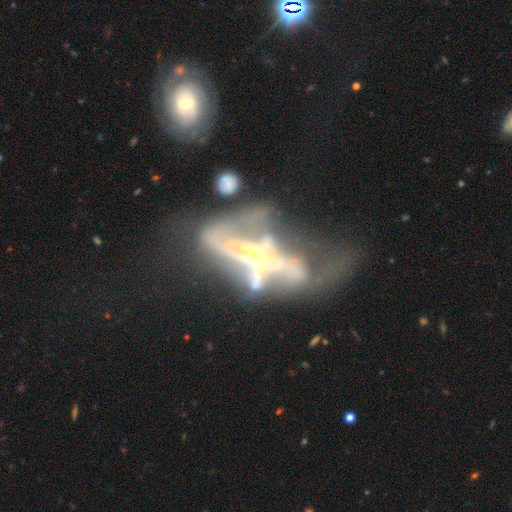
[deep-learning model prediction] smooth_or_featured: featured or disk (p=0.72) [alt: smooth p=0.14]
disk_edge_on: no (p=0.84) [alt: yes p=0.16]
bar: no (p=0.71) [alt: weak p=0.16]
has_spiral_arms: no (p=0.67) [alt: yes p=0.33]
bulge_size: small (p=0.45) [alt: moderate p=0.33]
merging: merger (p=0.39) [alt: major disturbance p=0.37]